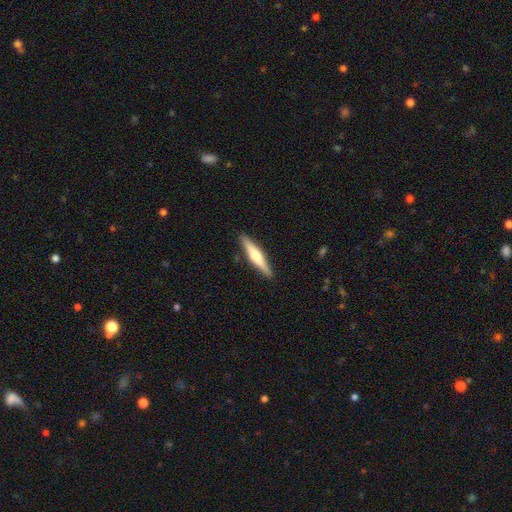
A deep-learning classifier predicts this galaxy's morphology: smooth-or-featured: featured or disk: 53% | smooth: 42% | star or artifact: 5%
  disk-edge-on: yes: 97% | no: 3%
    edge-on-bulge: rounded: 79% | boxy: 13% | none: 8%
  merging: none: 90% | minor disturbance: 7% | major disturbance: 1% | merger: 1%